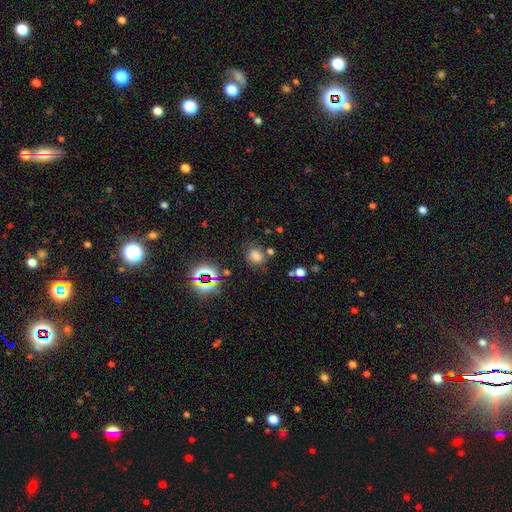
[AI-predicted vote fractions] Morphology: type=smooth (69%); roundness=round (52%); merging=none (72%).